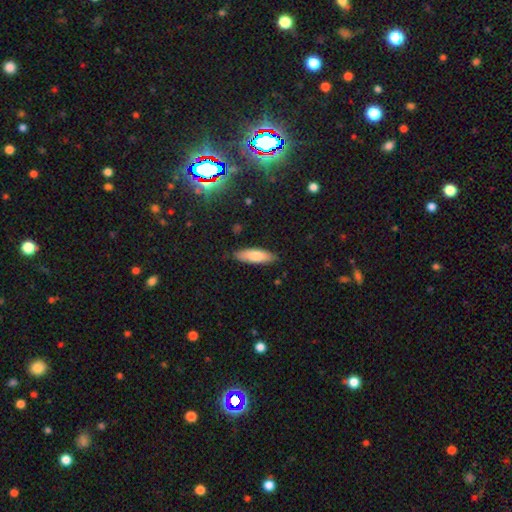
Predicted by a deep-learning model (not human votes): smooth 75%, featured or disk 18%, star or artifact 6%. Down the decision tree: how rounded — in between (53%); merging — none (84%).